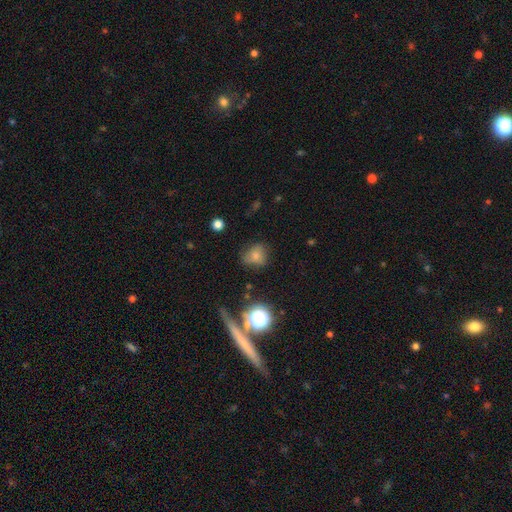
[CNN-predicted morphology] smooth-or-featured: smooth: 69% | star or artifact: 17% | featured or disk: 13%
  how-rounded: round: 66% | in between: 32% | cigar-shaped: 1%
  merging: none: 58% | minor disturbance: 27% | major disturbance: 12% | merger: 3%